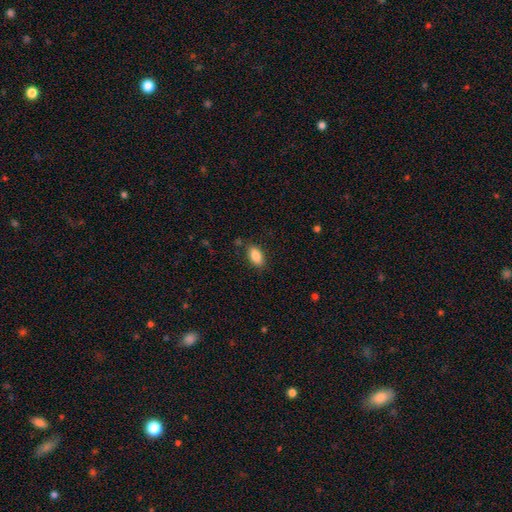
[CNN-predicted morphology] Q: Smooth or featured?
A: smooth (87%); runner-up: star or artifact (8%)
Q: How rounded?
A: in between (91%); runner-up: cigar-shaped (6%)
Q: Merging?
A: none (84%); runner-up: minor disturbance (11%)